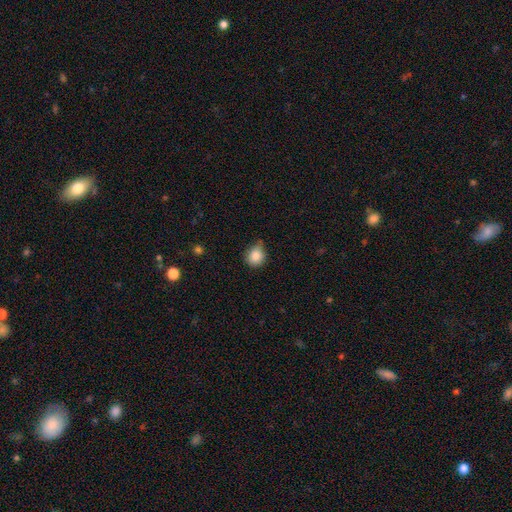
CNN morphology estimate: Overall: smooth (85%). How rounded: round (80%). Merging: none (63%; minor disturbance 30%).